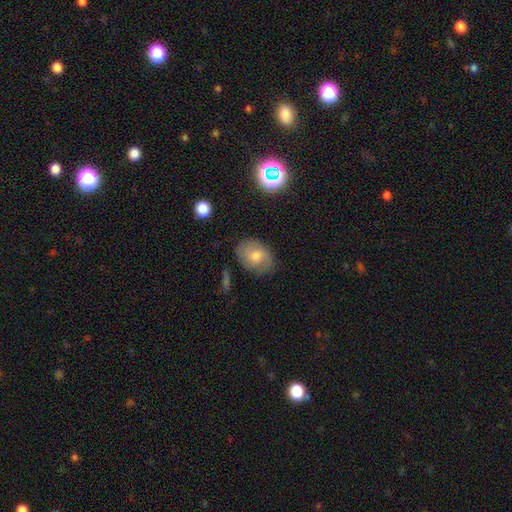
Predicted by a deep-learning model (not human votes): smooth_or_featured: smooth (p=0.46) [alt: featured or disk p=0.40]
merging: none (p=0.74) [alt: minor disturbance p=0.19]